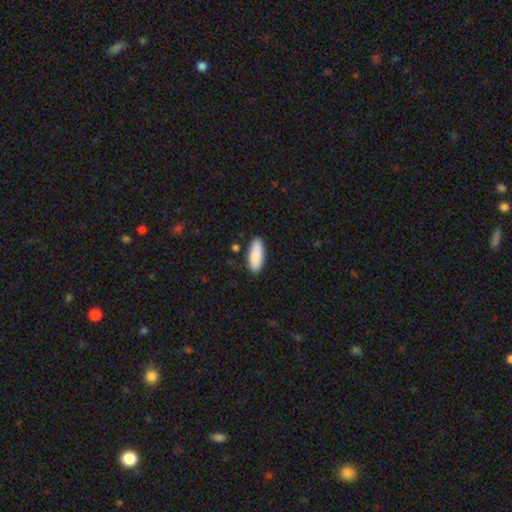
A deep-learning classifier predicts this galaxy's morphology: This appears to be a smooth galaxy with no disk features (89%) that is in between round and cigar-shaped (77%). Merging: none (86%).